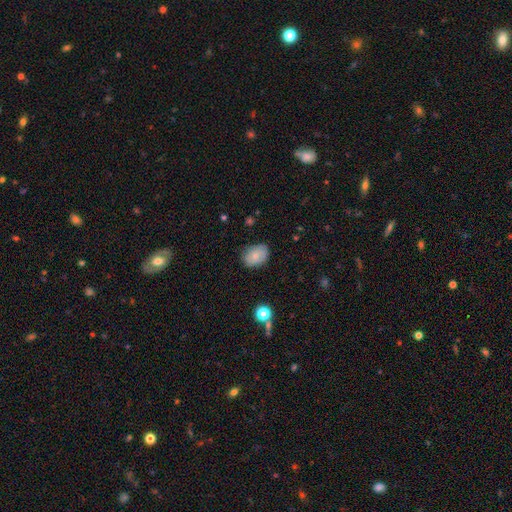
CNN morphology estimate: This is likely a smooth galaxy (73%). How rounded: likely in between (74%). Merging: likely none (77%).